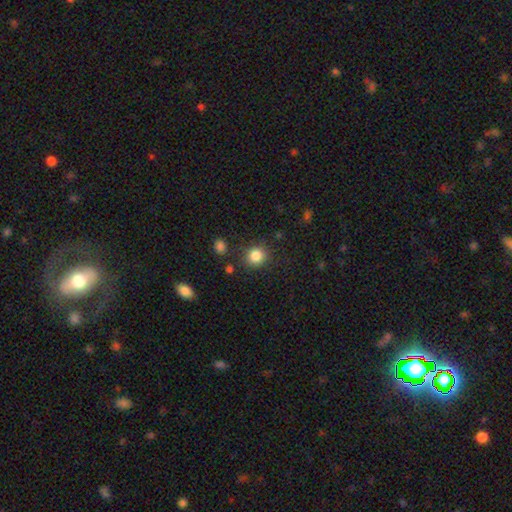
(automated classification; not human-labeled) A smooth galaxy with no disk features (84%) that is round (87%). Merging: none (85%).